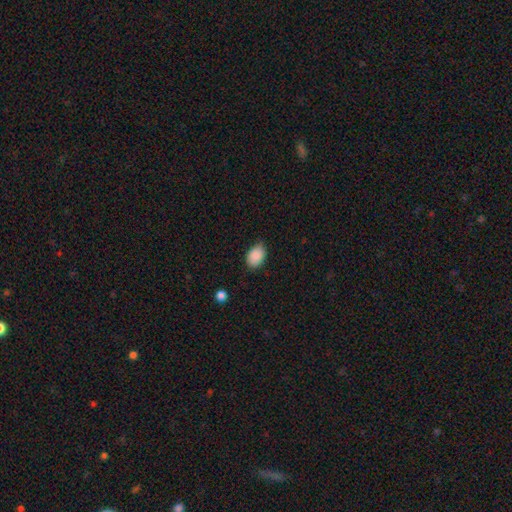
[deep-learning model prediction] Overall: smooth (89%). How rounded: in between (83%). Merging: none (75%).